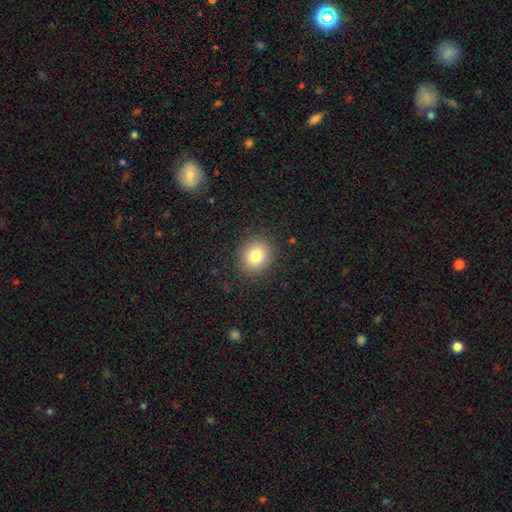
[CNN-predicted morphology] The model was most divided on "how rounded": round: 74%, in between: 25%, cigar-shaped: 1%. More confident: merging — none (89%); smooth or featured — smooth (82%).